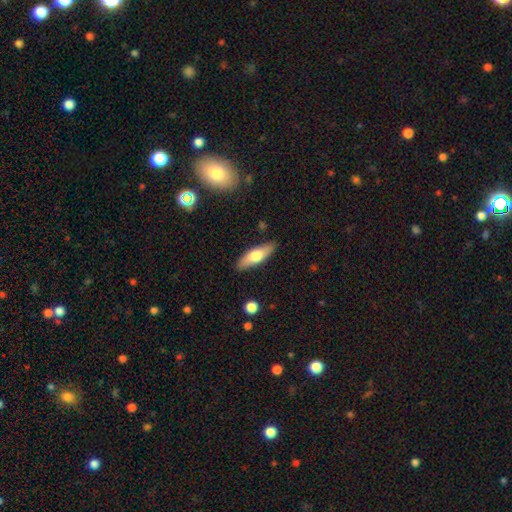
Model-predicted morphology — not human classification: smooth-or-featured: smooth: 62% | featured or disk: 32% | star or artifact: 6%
  how-rounded: in between: 57% | cigar-shaped: 40% | round: 2%
  merging: none: 87% | minor disturbance: 10% | major disturbance: 2% | merger: 1%